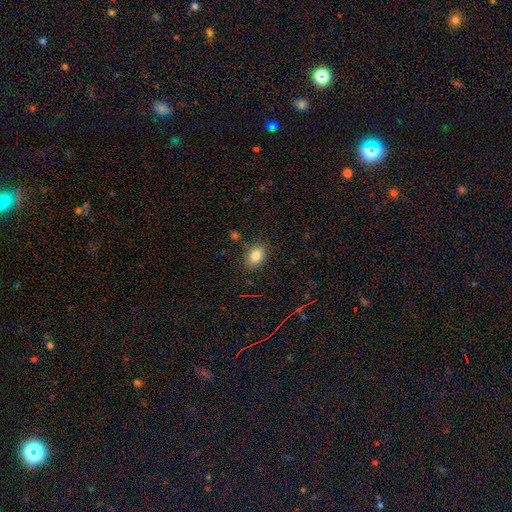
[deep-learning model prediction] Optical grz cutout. It shows a smooth galaxy with no disk features (83%) that is in between round and cigar-shaped (68%). Merging: none (84%).